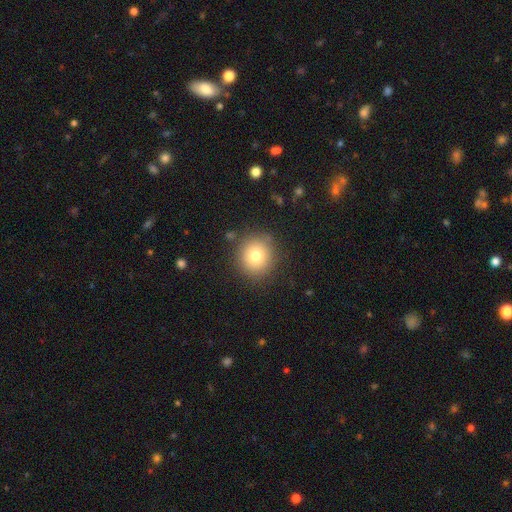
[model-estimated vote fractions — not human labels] smooth 78%, star or artifact 11%, featured or disk 10%. Down the decision tree: how rounded — round (90%); merging — none (86%).